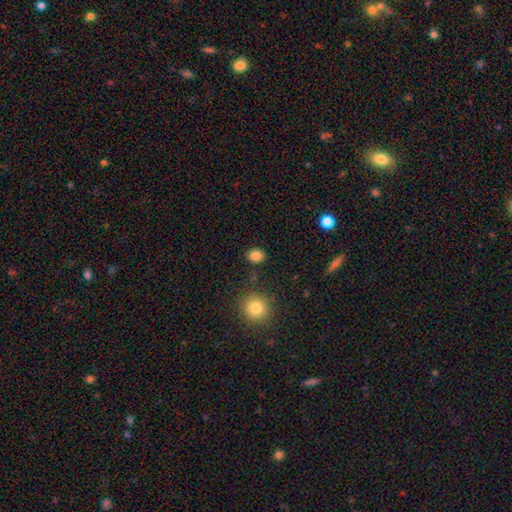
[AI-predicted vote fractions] smooth_or_featured: smooth (p=0.84) [alt: star or artifact p=0.12]
how_rounded: round (p=0.59) [alt: in between p=0.40]
merging: none (p=0.84) [alt: minor disturbance p=0.09]